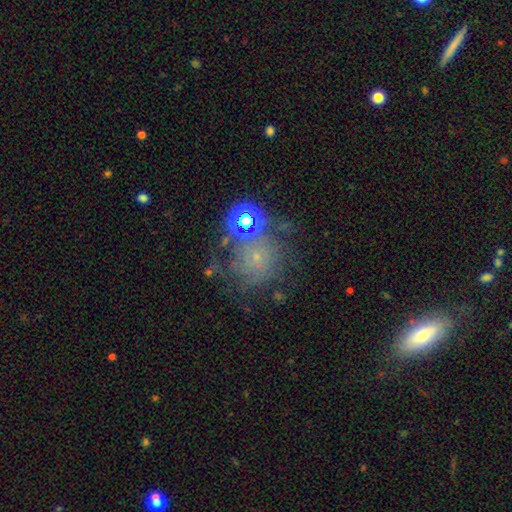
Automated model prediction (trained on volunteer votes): This is marginally a smooth galaxy (37%). Merging: possibly none (58%).